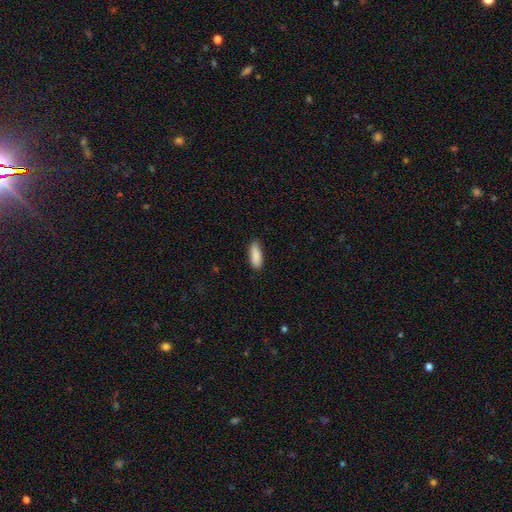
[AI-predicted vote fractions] smooth 89%, star or artifact 6%, featured or disk 5%. Down the decision tree: how rounded — in between (66%); merging — none (84%).